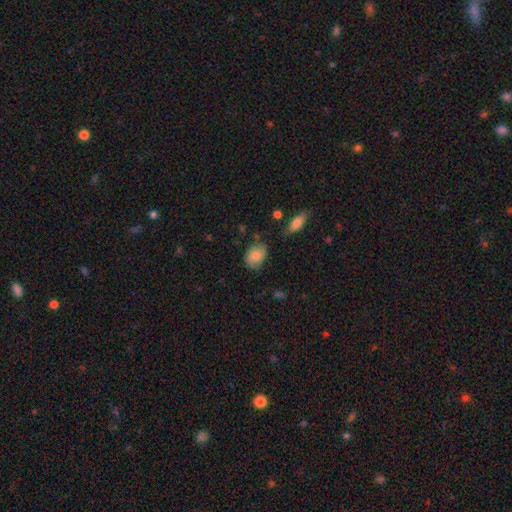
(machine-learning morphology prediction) Smooth or featured? smooth (77%)
How rounded? in between (70%)
Merging? none (65%)